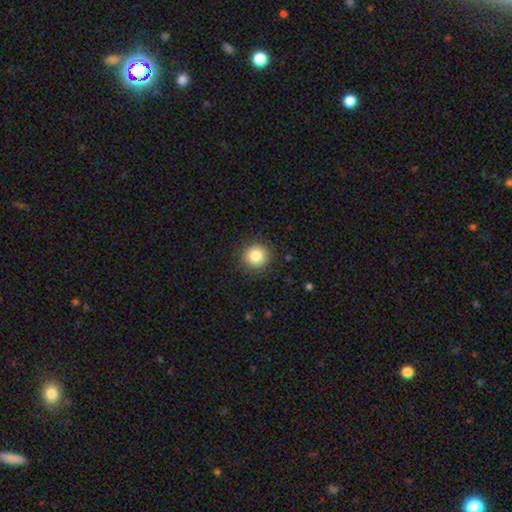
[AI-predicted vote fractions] Morphology: type=smooth (83%); roundness=round (93%); merging=none (90%).